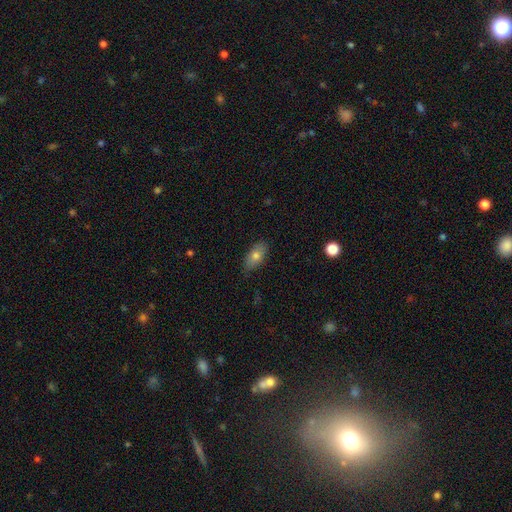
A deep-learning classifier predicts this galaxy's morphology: Smooth or featured?
  - smooth: 75% *
  - featured or disk: 17%
  - star or artifact: 8%
How rounded?
  - in between: 88% *
  - cigar-shaped: 7%
  - round: 5%
Merging?
  - none: 81% *
  - minor disturbance: 15%
  - major disturbance: 3%
  - merger: 1%